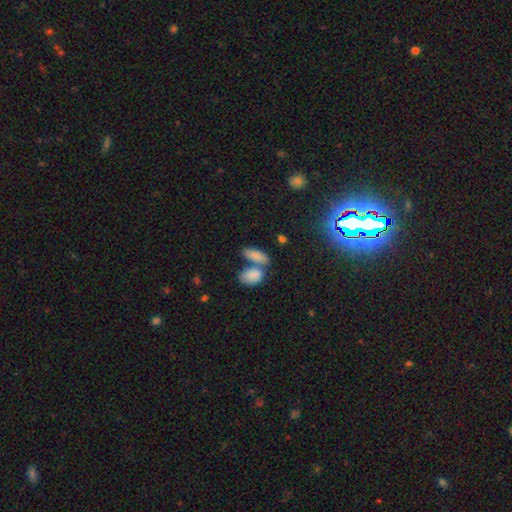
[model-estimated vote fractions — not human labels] smooth-or-featured: smooth: 83% | featured or disk: 9% | star or artifact: 8%
  how-rounded: in between: 82% | cigar-shaped: 14% | round: 4%
  merging: merger: 44% | none: 41% | minor disturbance: 11% | major disturbance: 5%